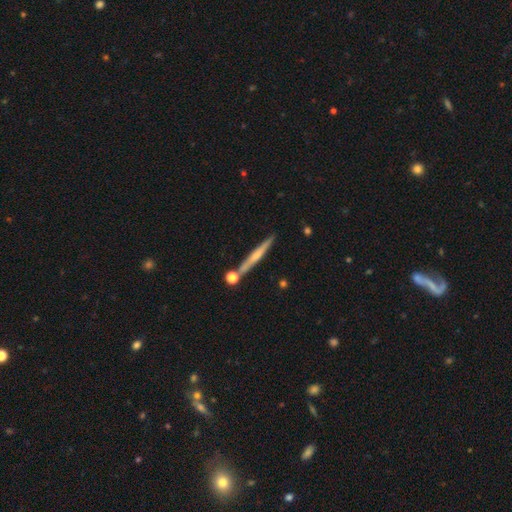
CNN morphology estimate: Q: Smooth or featured?
A: featured or disk (54%); runner-up: smooth (40%)
Q: Edge-on disk?
A: yes (96%); runner-up: no (4%)
Q: Edge-on bulge?
A: rounded (47%); runner-up: none (45%)
Q: Merging?
A: none (82%); runner-up: minor disturbance (9%)